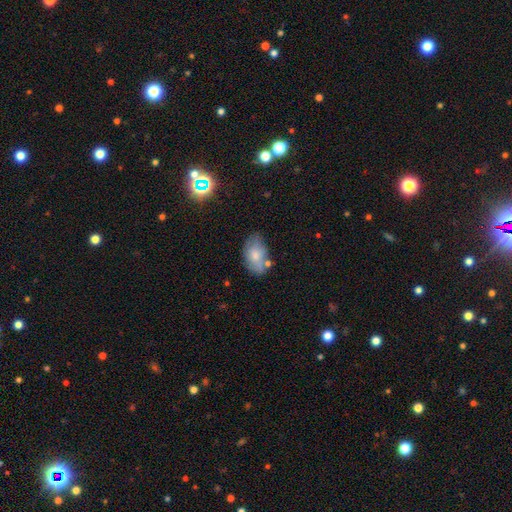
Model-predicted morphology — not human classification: The model was most divided on "merging": none: 55%, minor disturbance: 28%, merger: 9%, major disturbance: 8%. More confident: how rounded — in between (90%); smooth or featured — smooth (66%).